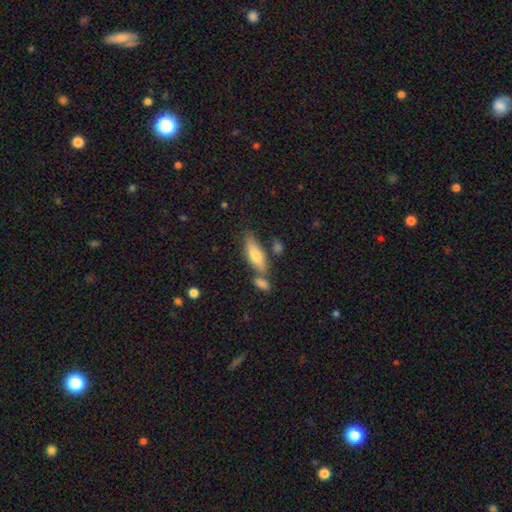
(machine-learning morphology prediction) A smooth galaxy with no disk features (69%) that is in between round and cigar-shaped (57%). Merging: none (59%).